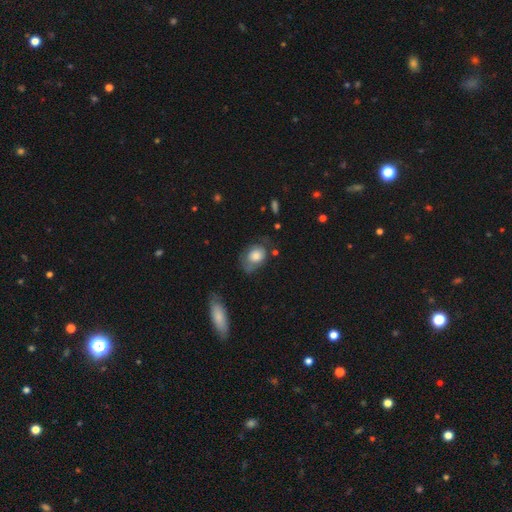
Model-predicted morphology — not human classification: smooth_or_featured: smooth (p=0.67) [alt: featured or disk p=0.26]
how_rounded: in between (p=0.63) [alt: round p=0.36]
merging: none (p=0.46) [alt: minor disturbance p=0.31]